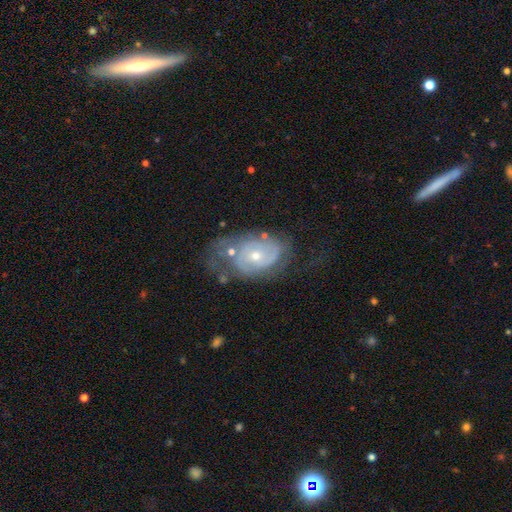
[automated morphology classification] Smooth or featured?
  - featured or disk: 78% *
  - smooth: 15%
  - star or artifact: 7%
Edge-on disk?
  - no: 96% *
  - yes: 4%
Bar?
  - no: 76% *
  - weak: 21%
  - strong: 4%
Spiral arms?
  - yes: 83% *
  - no: 17%
Spiral winding?
  - tight: 59% *
  - medium: 29%
  - loose: 12%
Spiral arm count?
  - 2: 41% *
  - can't tell: 38%
  - 3: 8%
  - 1: 8%
  - 4: 3%
  - more than 4: 2%
Bulge size?
  - small: 52% *
  - moderate: 45%
  - large: 2%
  - none: 1%
  - dominant: 1%
Merging?
  - none: 43% *
  - minor disturbance: 26%
  - major disturbance: 24%
  - merger: 7%